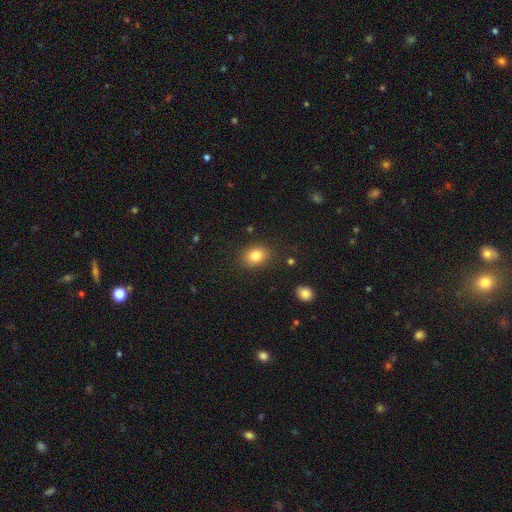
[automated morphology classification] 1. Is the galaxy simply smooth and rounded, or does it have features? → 82% smooth, 10% star or artifact, 8% featured or disk.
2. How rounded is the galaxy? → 56% in between, 43% round, 1% cigar-shaped.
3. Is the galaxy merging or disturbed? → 86% none, 10% minor disturbance, 3% major disturbance, 2% merger.